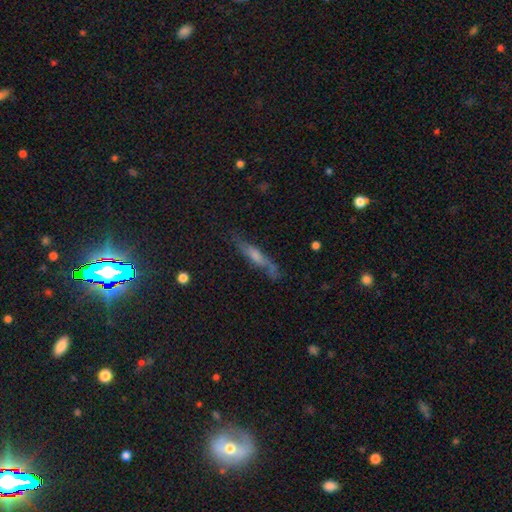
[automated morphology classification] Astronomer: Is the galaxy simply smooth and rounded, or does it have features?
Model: featured or disk — 53% (runner-up: smooth, 32%).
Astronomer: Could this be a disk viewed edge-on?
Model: yes — 81%.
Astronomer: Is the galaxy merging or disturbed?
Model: none — 71%.